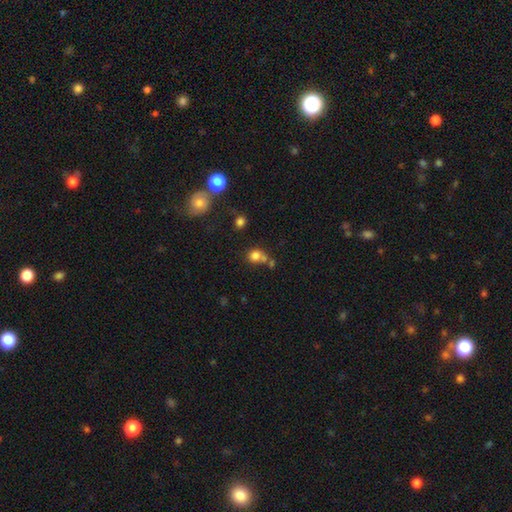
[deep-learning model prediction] Q: Smooth or featured?
A: smooth (77%); runner-up: star or artifact (13%)
Q: How rounded?
A: round (73%); runner-up: in between (26%)
Q: Merging?
A: none (45%); runner-up: merger (35%)